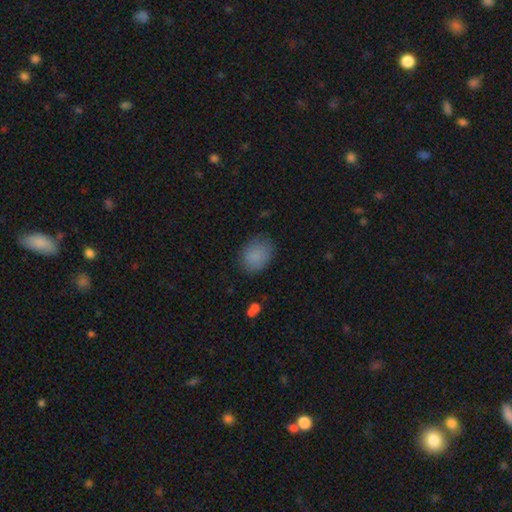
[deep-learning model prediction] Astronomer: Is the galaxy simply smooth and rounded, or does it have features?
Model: smooth — 86%.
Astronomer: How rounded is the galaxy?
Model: in between — 59% (runner-up: round, 40%).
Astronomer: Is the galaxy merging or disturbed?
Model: none — 78%.